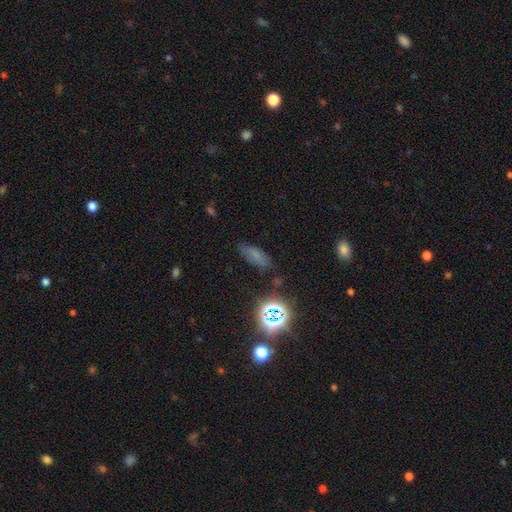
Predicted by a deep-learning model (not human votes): Smooth or featured: smooth — 58% (star or artifact — 27%)
How rounded: in between — 63% (cigar-shaped — 30%)
Merging: none — 75% (minor disturbance — 17%)